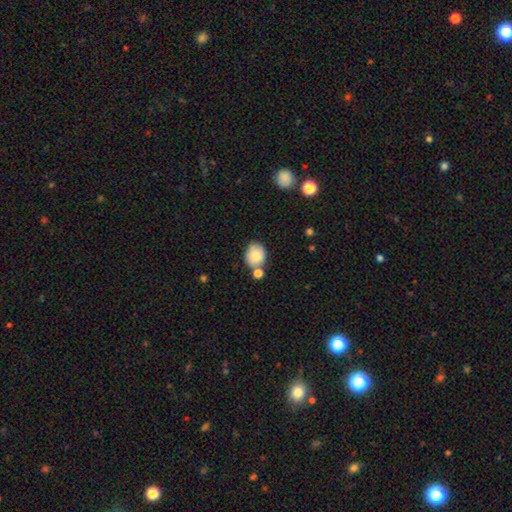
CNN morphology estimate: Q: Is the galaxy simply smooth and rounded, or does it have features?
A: smooth — 79%.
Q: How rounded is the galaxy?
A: round — 66%.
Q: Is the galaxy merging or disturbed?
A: none — 55%.